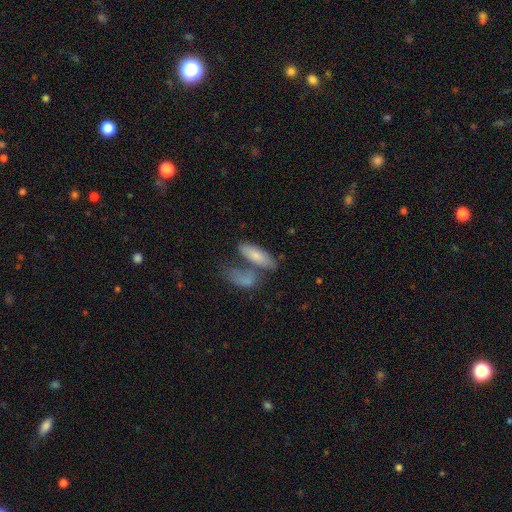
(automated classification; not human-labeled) Smooth or featured: smooth — 76% (featured or disk — 18%)
How rounded: in between — 65% (cigar-shaped — 33%)
Merging: none — 43% (merger — 37%)